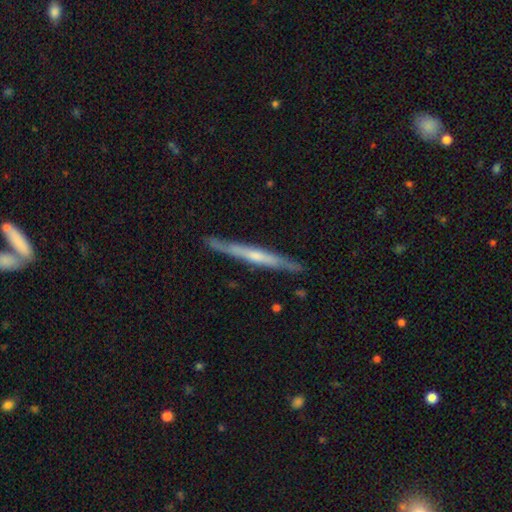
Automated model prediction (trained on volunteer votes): Smooth or featured: featured or disk — 63% (smooth — 32%)
Edge-on disk: yes — 95% (no — 5%)
Edge-on bulge: none — 53% (rounded — 37%)
Merging: none — 86% (minor disturbance — 11%)